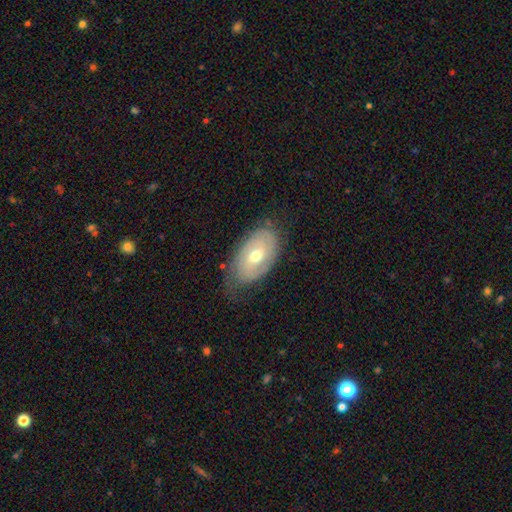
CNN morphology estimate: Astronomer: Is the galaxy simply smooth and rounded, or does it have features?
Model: featured or disk — 61%.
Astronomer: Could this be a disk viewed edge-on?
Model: no — 92%.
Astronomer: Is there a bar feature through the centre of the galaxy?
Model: no — 59% (runner-up: weak, 34%).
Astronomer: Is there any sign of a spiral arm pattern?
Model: yes — 72%.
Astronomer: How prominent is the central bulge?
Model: moderate — 68%.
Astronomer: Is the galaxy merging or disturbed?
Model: none — 65%.